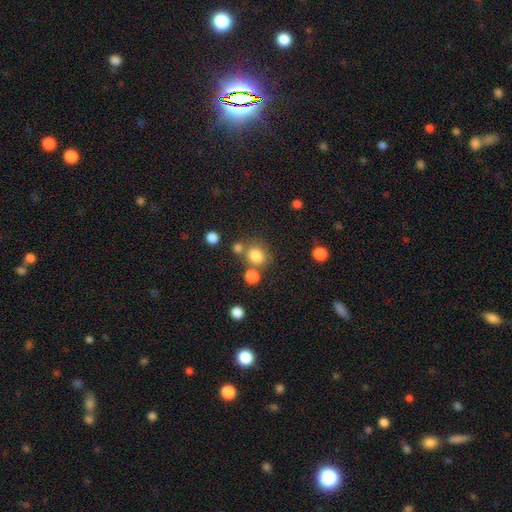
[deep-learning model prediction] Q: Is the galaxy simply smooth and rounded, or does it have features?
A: smooth — 80%.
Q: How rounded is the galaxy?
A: round — 69%.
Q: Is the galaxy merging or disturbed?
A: none — 64%.